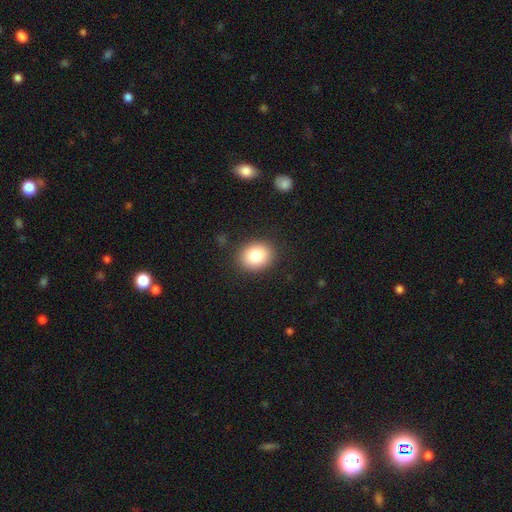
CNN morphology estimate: This is clearly a smooth galaxy (84%). How rounded: possibly round (52%). Merging: clearly none (87%).